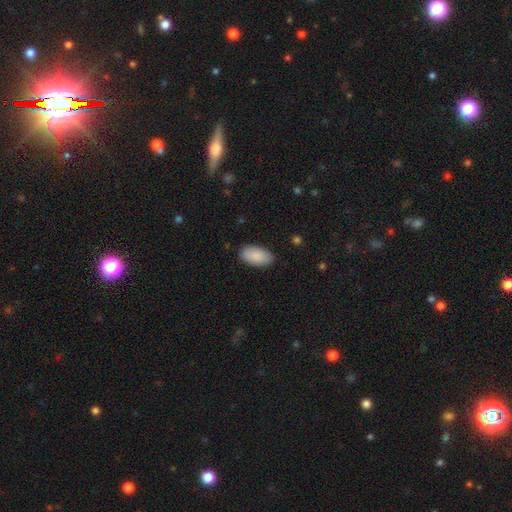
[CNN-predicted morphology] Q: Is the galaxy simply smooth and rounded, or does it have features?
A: smooth — 89%.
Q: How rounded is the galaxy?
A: in between — 95%.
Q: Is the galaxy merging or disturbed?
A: none — 86%.